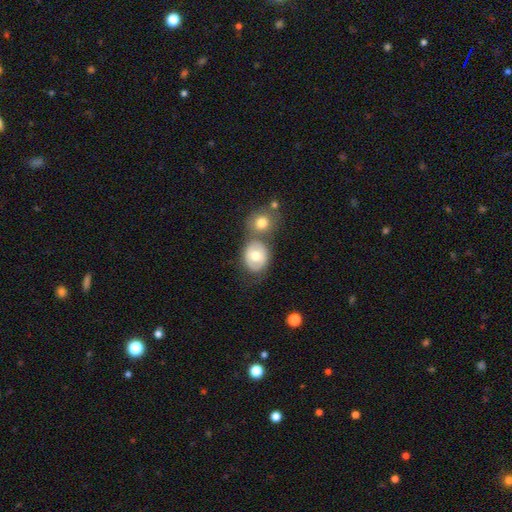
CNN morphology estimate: The model was most divided on "how rounded": round: 50%, in between: 48%, cigar-shaped: 1%. Remaining: smooth or featured — smooth (60%); merging — none (49%).